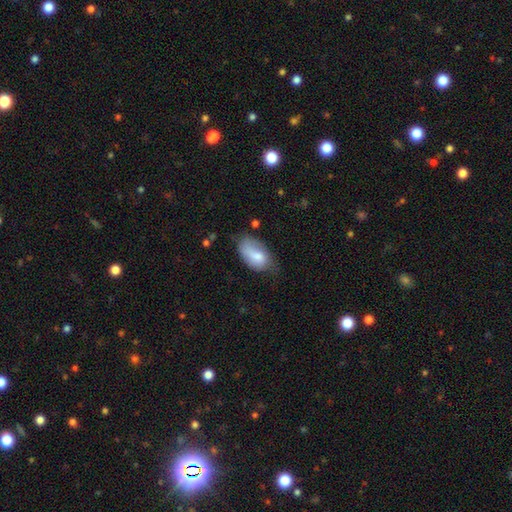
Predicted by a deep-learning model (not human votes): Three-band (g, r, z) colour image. It shows a smooth galaxy with no disk features (75%) that is in between round and cigar-shaped (93%). Merging: none (42%).